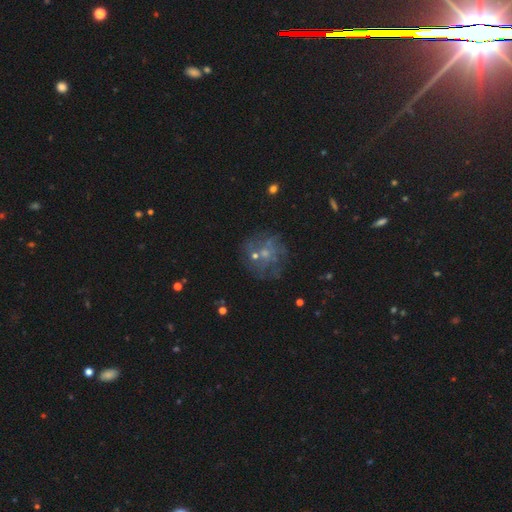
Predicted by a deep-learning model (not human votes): Morphology: type=featured or disk (55%); edge-on=no (97%); bar=no (84%); spiral arms=no (58%); bulge=small (55%); merging=none (59%).